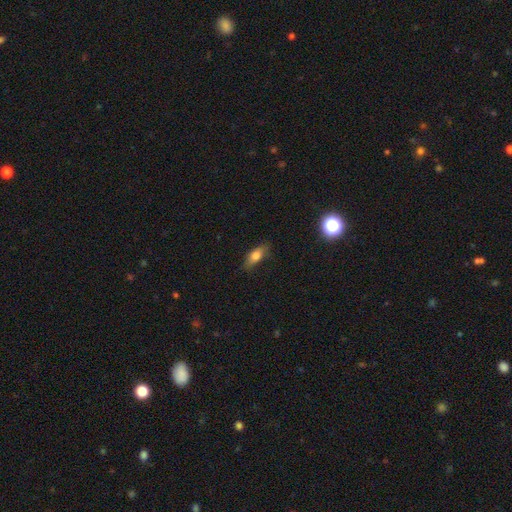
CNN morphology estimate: Q: Smooth or featured?
A: smooth (72%); runner-up: featured or disk (19%)
Q: How rounded?
A: in between (73%); runner-up: cigar-shaped (22%)
Q: Merging?
A: none (76%); runner-up: minor disturbance (18%)